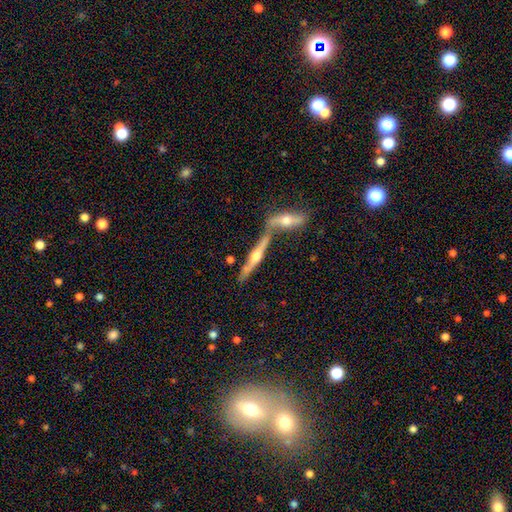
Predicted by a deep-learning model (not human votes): smooth-or-featured: featured or disk: 73% | smooth: 21% | star or artifact: 6%
  disk-edge-on: yes: 95% | no: 5%
    edge-on-bulge: rounded: 92% | none: 4% | boxy: 4%
  merging: none: 53% | merger: 35% | minor disturbance: 9% | major disturbance: 3%